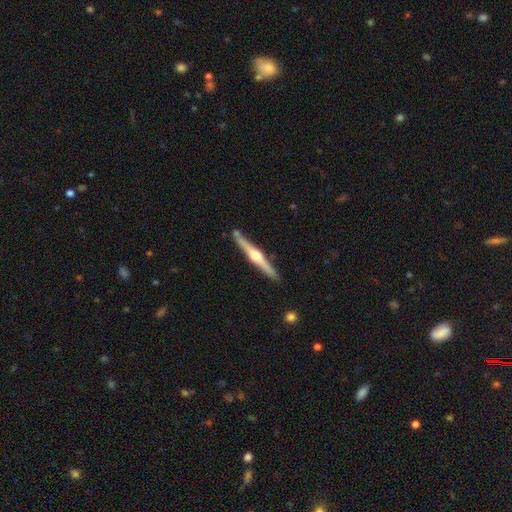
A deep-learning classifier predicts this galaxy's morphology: smooth-or-featured: featured or disk: 74% | smooth: 22% | star or artifact: 5%
  disk-edge-on: yes: 98% | no: 2%
    edge-on-bulge: rounded: 93% | none: 3% | boxy: 3%
  merging: none: 84% | minor disturbance: 9% | merger: 5% | major disturbance: 2%